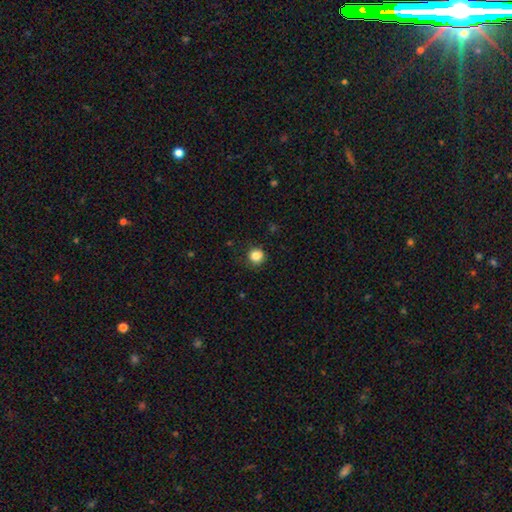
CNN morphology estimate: smooth-or-featured: smooth: 84% | star or artifact: 11% | featured or disk: 4%
  how-rounded: round: 90% | in between: 9% | cigar-shaped: 1%
  merging: none: 82% | minor disturbance: 14% | major disturbance: 4% | merger: 1%